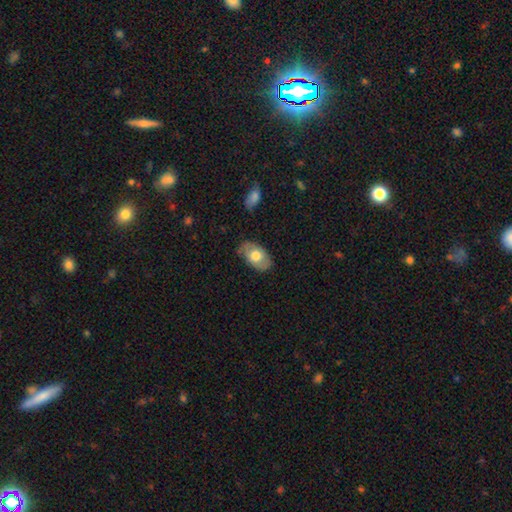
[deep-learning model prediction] Smooth or featured: smooth — 67% (featured or disk — 27%)
How rounded: in between — 92% (round — 7%)
Merging: none — 76% (minor disturbance — 19%)